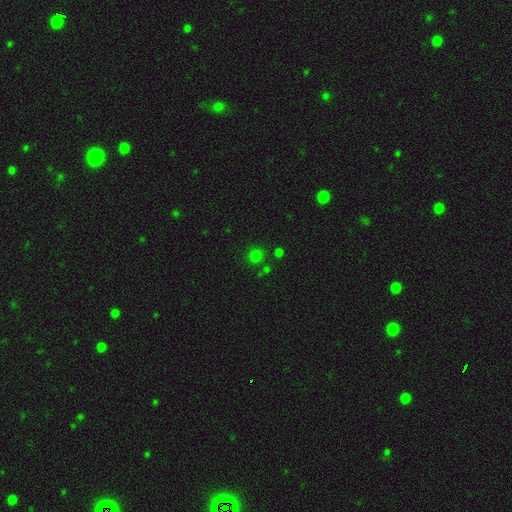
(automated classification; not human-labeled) smooth_or_featured: smooth (p=0.71) [alt: star or artifact p=0.24]
how_rounded: round (p=0.88) [alt: in between p=0.11]
merging: none (p=0.79) [alt: minor disturbance p=0.09]